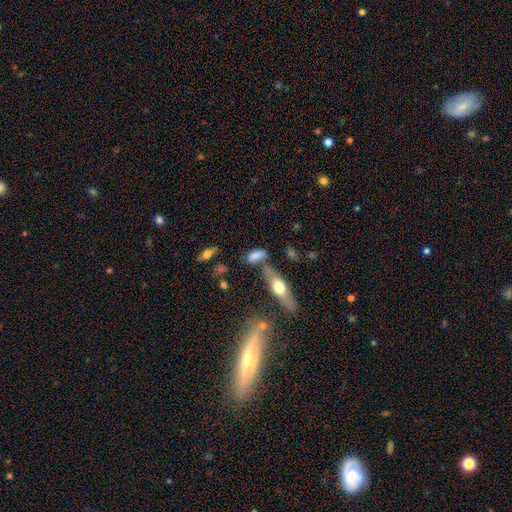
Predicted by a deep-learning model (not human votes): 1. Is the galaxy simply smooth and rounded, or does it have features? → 72% smooth, 18% featured or disk, 9% star or artifact.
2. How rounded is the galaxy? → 66% in between, 29% cigar-shaped, 5% round.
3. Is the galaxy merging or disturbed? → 55% none, 20% merger, 18% minor disturbance, 7% major disturbance.